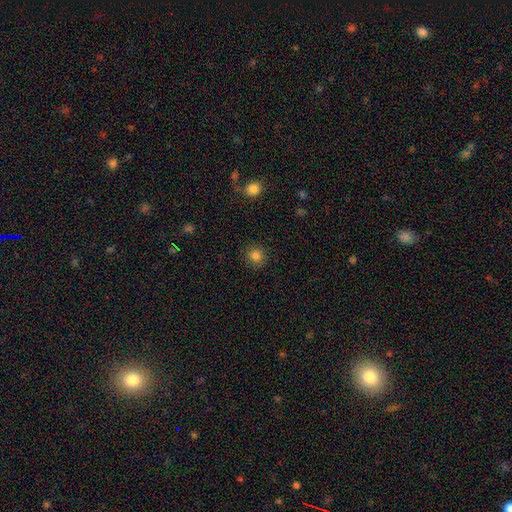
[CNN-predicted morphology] Q: Smooth or featured?
A: smooth (83%); runner-up: star or artifact (12%)
Q: How rounded?
A: round (92%); runner-up: in between (7%)
Q: Merging?
A: none (90%); runner-up: minor disturbance (7%)